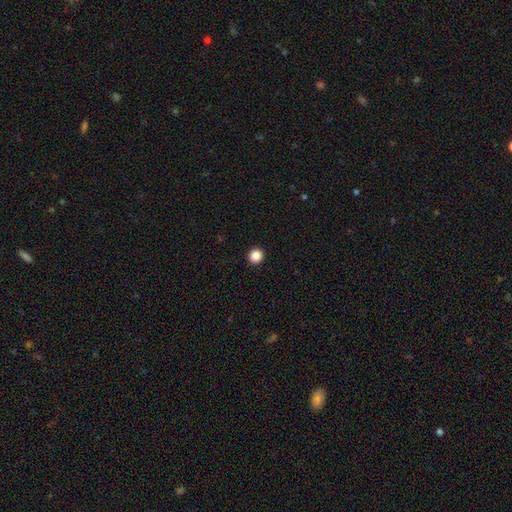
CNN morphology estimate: Overall: smooth (87%). How rounded: round (91%). Merging: none (93%).